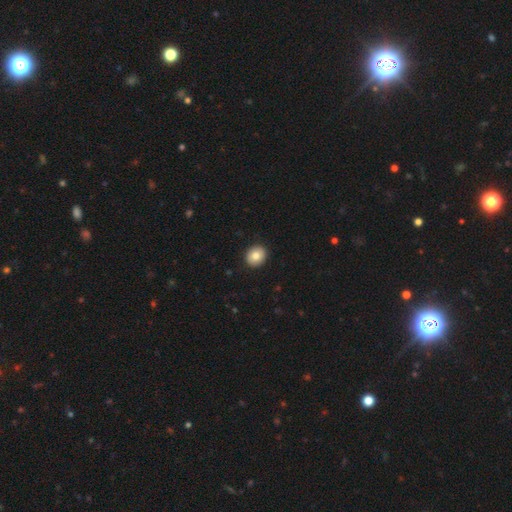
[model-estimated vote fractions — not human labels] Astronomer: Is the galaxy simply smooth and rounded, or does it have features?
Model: smooth — 82%.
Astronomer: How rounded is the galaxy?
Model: round — 72%.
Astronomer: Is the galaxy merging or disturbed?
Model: none — 92%.